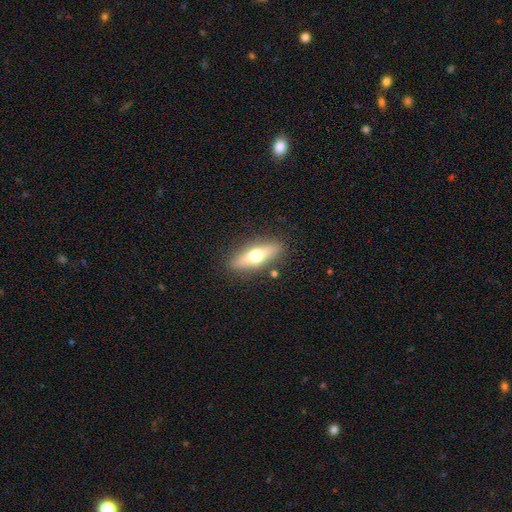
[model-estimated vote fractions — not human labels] smooth-or-featured: smooth: 57% | featured or disk: 37% | star or artifact: 7%
  how-rounded: cigar-shaped: 49% | in between: 48% | round: 3%
  merging: none: 85% | minor disturbance: 10% | major disturbance: 3% | merger: 2%